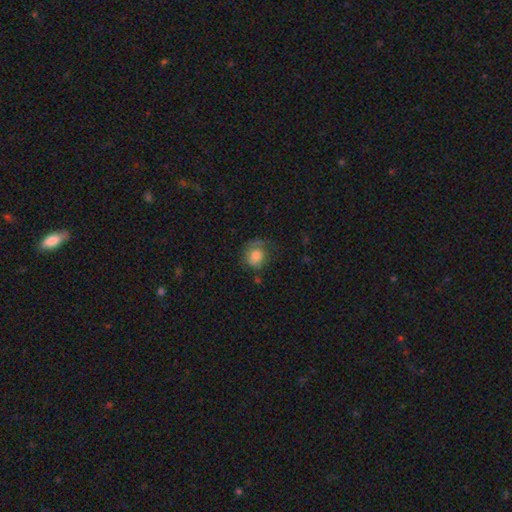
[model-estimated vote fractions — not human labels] Q: Smooth or featured?
A: smooth (73%); runner-up: featured or disk (18%)
Q: How rounded?
A: round (71%); runner-up: in between (28%)
Q: Merging?
A: none (47%); runner-up: minor disturbance (27%)